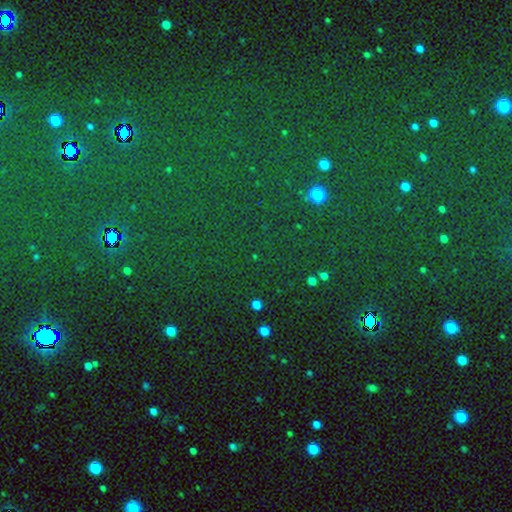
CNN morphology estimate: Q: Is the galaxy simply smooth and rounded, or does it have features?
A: star or artifact — 81%.